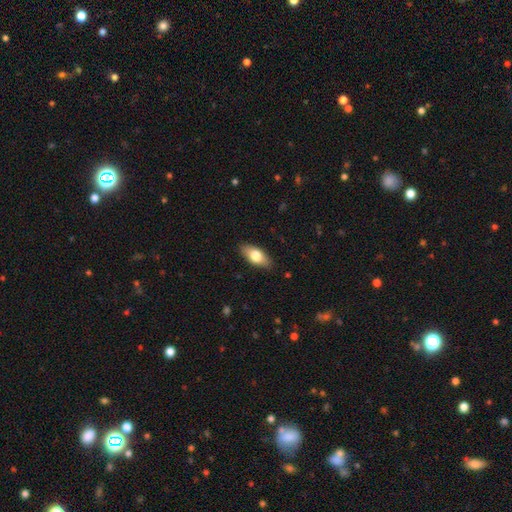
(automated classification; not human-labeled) This is likely a smooth galaxy (73%). How rounded: clearly in between (88%). Merging: clearly none (86%).